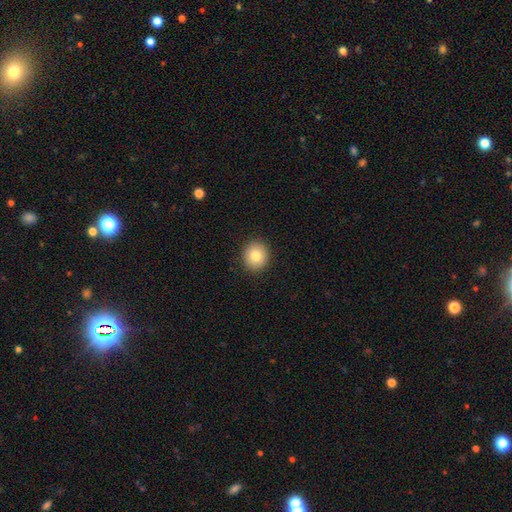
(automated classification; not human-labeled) The model was most divided on "how rounded": round: 85%, in between: 14%, cigar-shaped: 1%. More confident: merging — none (91%); smooth or featured — smooth (82%).